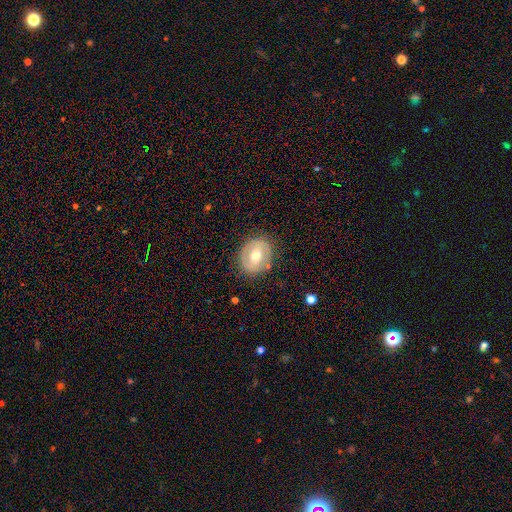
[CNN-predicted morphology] Overall: featured or disk (49%; smooth 44%). Merging: none (82%).